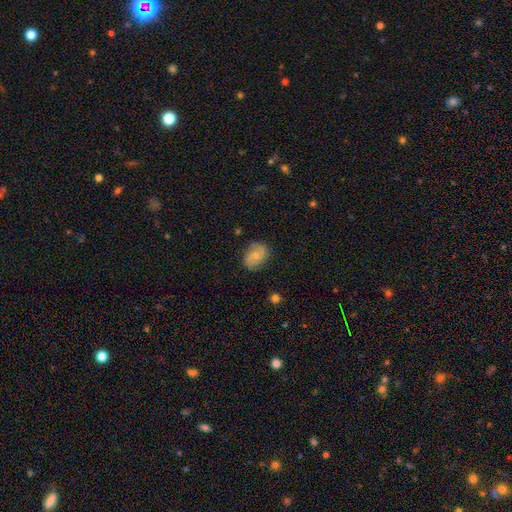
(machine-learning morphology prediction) Smooth or featured? smooth (48%)
Merging? none (74%)